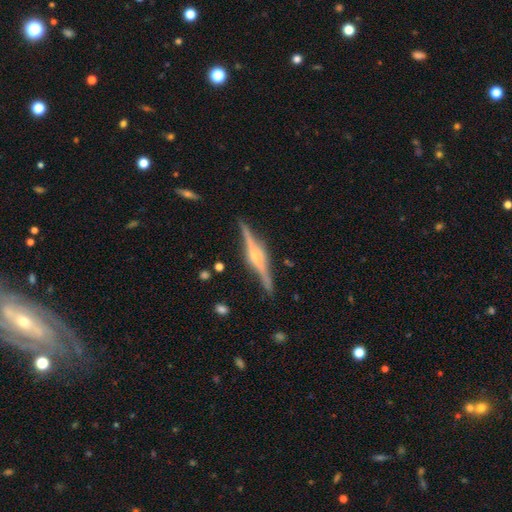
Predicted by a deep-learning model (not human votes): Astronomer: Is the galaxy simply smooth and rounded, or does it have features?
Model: featured or disk — 85%.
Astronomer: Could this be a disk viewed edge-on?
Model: yes — 98%.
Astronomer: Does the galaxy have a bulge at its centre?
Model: rounded — 81%.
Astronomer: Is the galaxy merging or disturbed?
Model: none — 88%.